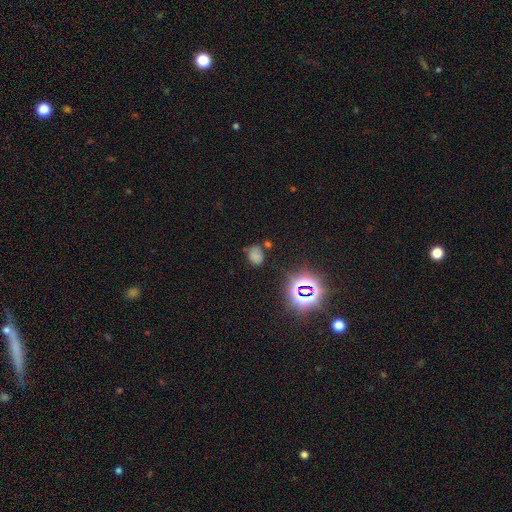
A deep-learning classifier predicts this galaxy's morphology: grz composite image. It shows a smooth galaxy with no disk features (61%) that is in between round and cigar-shaped (59%). Merging: none (60%).